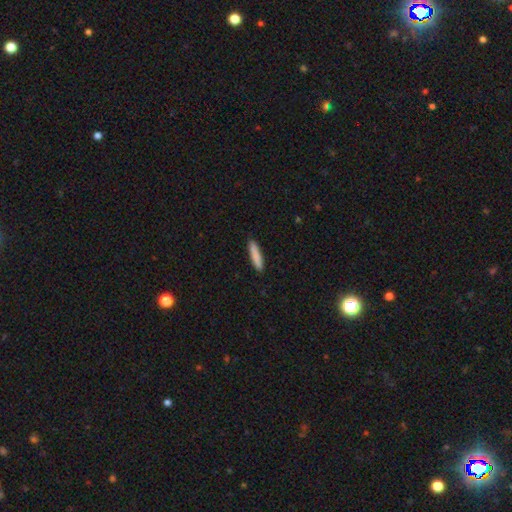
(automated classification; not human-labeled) Morphology: type=smooth (87%); roundness=cigar-shaped (84%); merging=none (91%).